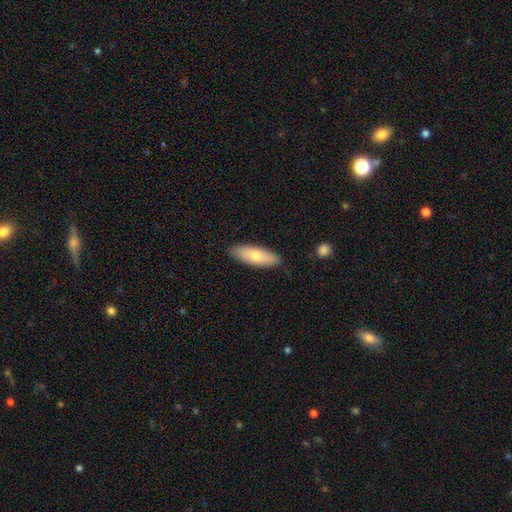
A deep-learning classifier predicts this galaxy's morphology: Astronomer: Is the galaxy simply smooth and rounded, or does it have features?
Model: smooth — 73%.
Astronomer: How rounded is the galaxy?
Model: in between — 60% (runner-up: cigar-shaped, 38%).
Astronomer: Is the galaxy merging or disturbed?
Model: none — 87%.